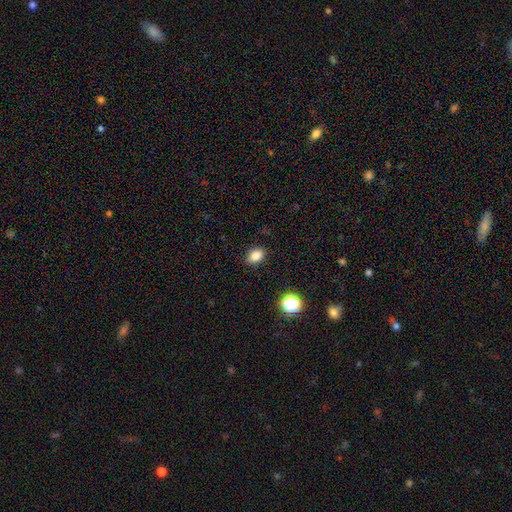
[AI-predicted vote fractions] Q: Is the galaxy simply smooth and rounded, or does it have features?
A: smooth — 83%.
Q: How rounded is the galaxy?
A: in between — 69%.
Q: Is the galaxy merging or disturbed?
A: none — 88%.